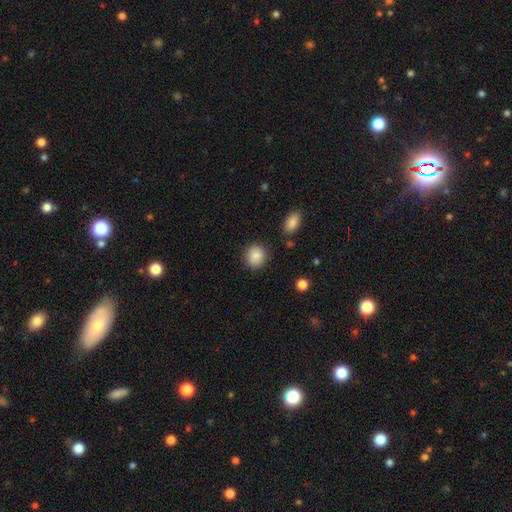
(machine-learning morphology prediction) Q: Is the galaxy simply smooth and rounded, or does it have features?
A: smooth — 88%.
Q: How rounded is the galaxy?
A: round — 81%.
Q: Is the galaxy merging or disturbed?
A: none — 85%.